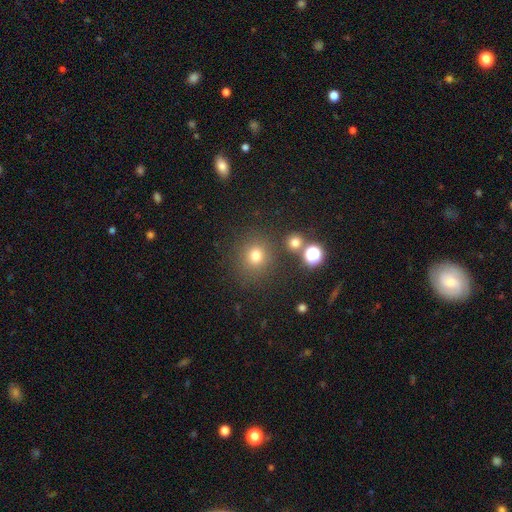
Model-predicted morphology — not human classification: Smooth or featured: smooth — 75% (star or artifact — 18%)
How rounded: round — 87% (in between — 12%)
Merging: none — 81% (minor disturbance — 9%)